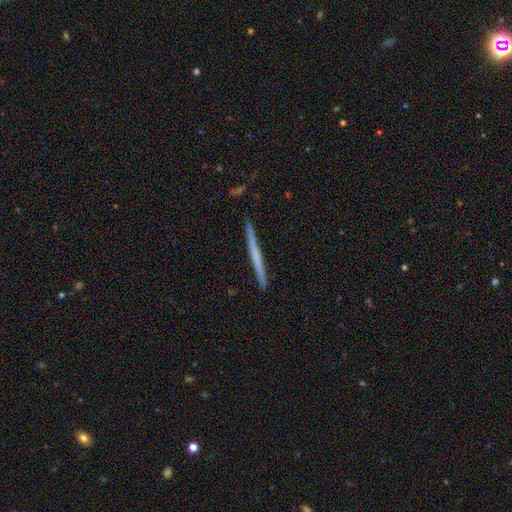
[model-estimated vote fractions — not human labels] A featured or disk galaxy (53%) viewed edge-on (98%) with no central bulge (87%). Merging: none (92%).